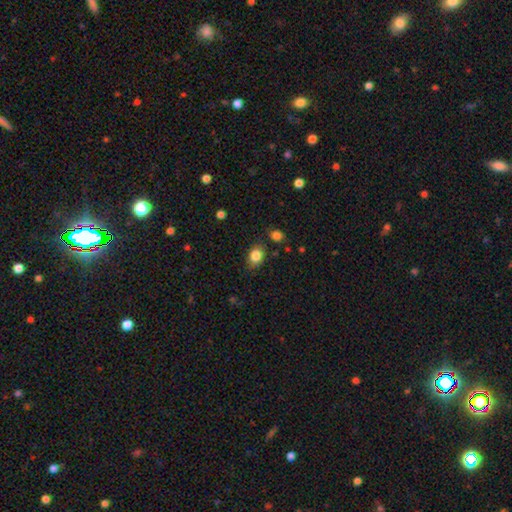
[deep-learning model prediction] Smooth or featured: smooth — 85% (star or artifact — 9%)
How rounded: in between — 63% (round — 36%)
Merging: none — 79% (minor disturbance — 14%)